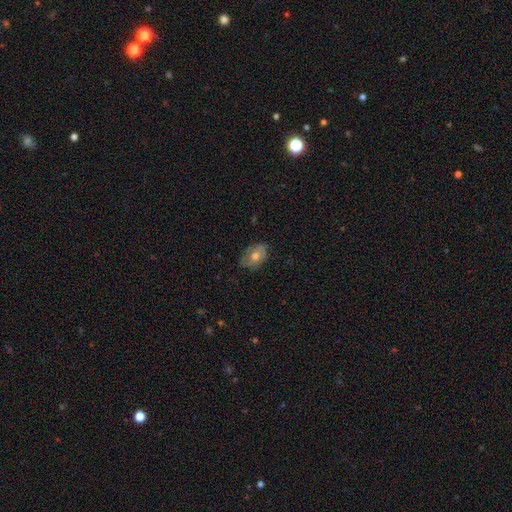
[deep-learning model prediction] Morphology: type=smooth (53%); roundness=in between (81%); merging=none (75%).